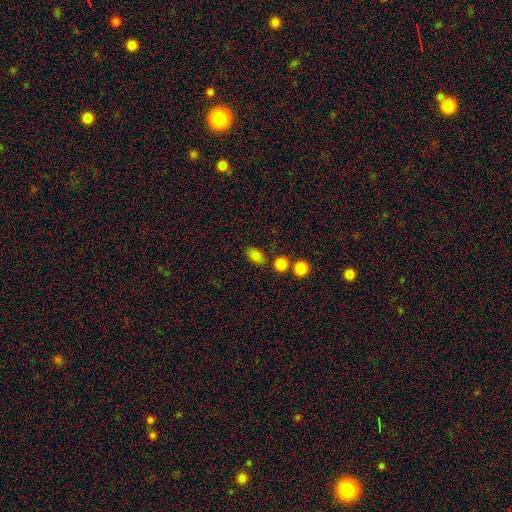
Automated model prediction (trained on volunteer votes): Q: Smooth or featured?
A: smooth (83%); runner-up: star or artifact (12%)
Q: How rounded?
A: in between (77%); runner-up: round (21%)
Q: Merging?
A: none (74%); runner-up: minor disturbance (13%)